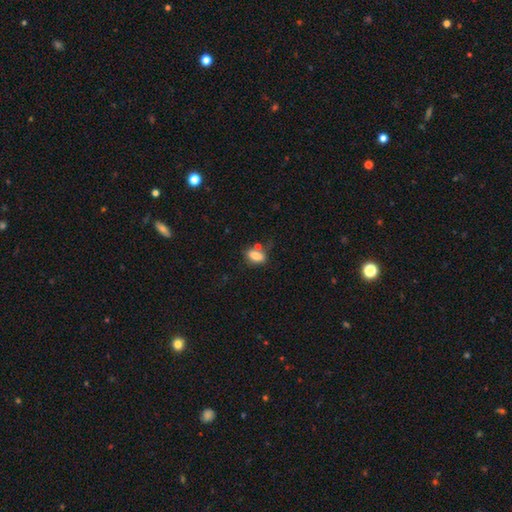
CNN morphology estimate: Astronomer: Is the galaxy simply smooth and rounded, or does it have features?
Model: smooth — 78%.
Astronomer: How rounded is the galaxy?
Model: in between — 78%.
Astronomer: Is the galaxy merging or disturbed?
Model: none — 53%.